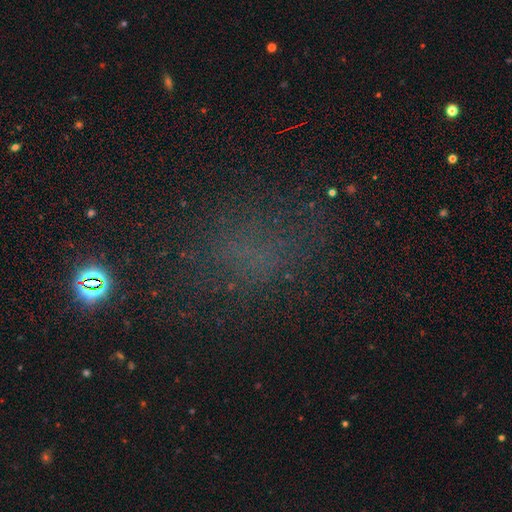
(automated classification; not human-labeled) Q: Smooth or featured?
A: smooth (43%); runner-up: star or artifact (38%)
Q: Merging?
A: none (63%); runner-up: major disturbance (18%)